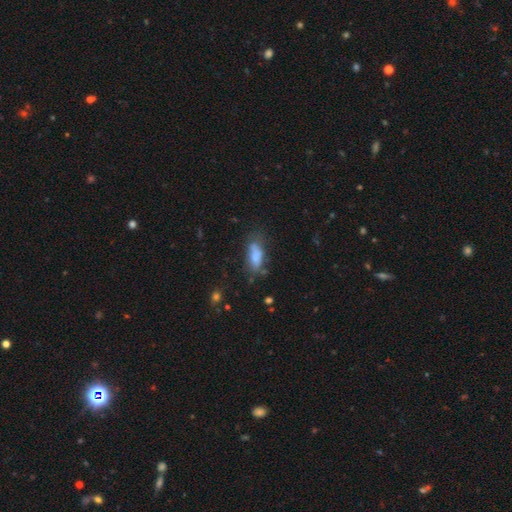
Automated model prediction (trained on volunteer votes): A smooth galaxy with no disk features (74%) that is in between round and cigar-shaped (75%). Merging: none (46%).